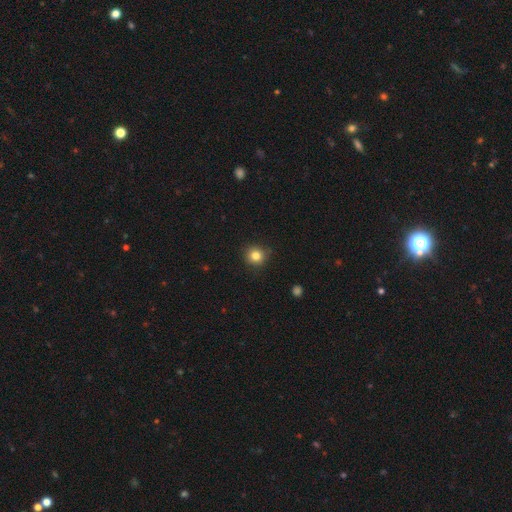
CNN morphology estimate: Q: Smooth or featured?
A: smooth (83%); runner-up: star or artifact (12%)
Q: How rounded?
A: round (91%); runner-up: in between (8%)
Q: Merging?
A: none (87%); runner-up: minor disturbance (9%)